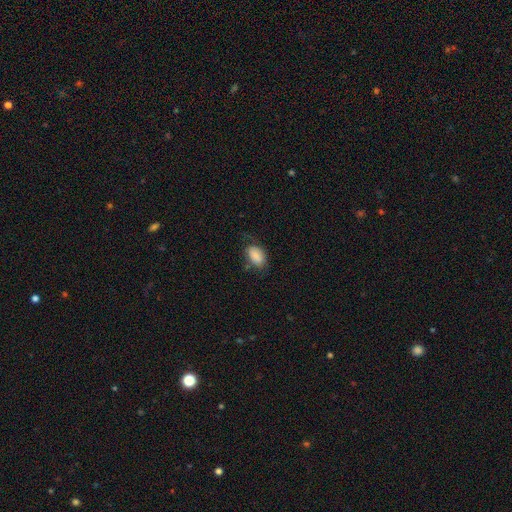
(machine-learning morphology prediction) smooth-or-featured: smooth: 81% | featured or disk: 11% | star or artifact: 7%
  how-rounded: in between: 89% | round: 9% | cigar-shaped: 1%
  merging: none: 56% | minor disturbance: 28% | major disturbance: 14% | merger: 3%